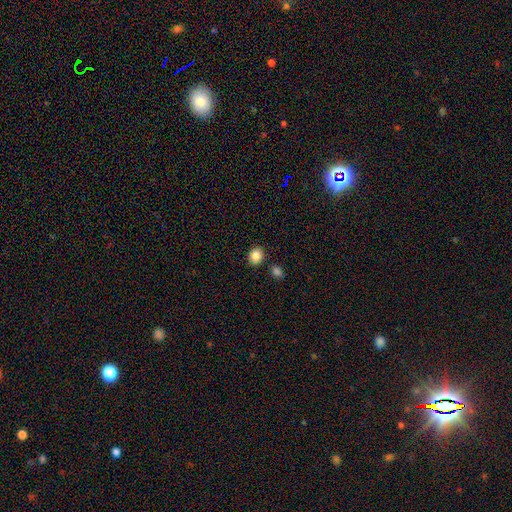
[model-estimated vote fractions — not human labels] smooth 85%, star or artifact 9%, featured or disk 5%. Down the decision tree: how rounded — round (59%); merging — none (85%).